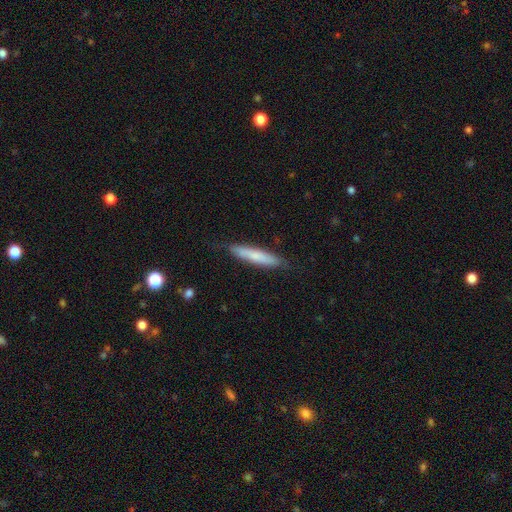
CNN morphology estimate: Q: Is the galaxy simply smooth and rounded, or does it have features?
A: smooth — 68%.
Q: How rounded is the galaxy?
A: cigar-shaped — 91%.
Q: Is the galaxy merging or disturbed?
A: none — 82%.